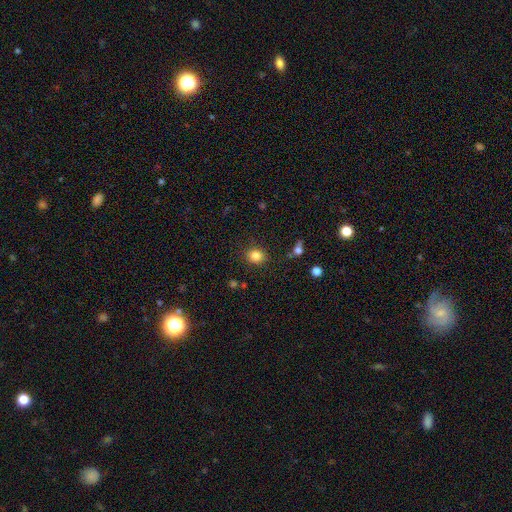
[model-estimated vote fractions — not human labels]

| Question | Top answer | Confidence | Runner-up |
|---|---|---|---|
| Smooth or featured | smooth | 83% | star or artifact (11%) |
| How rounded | round | 69% | in between (30%) |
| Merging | none | 85% | minor disturbance (10%) |